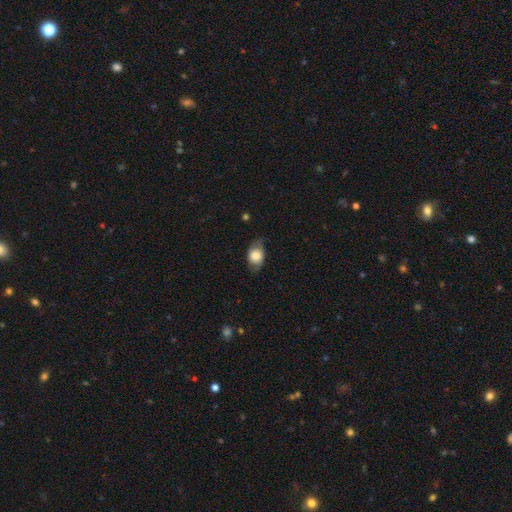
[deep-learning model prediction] A smooth galaxy with no disk features (71%) that is in between round and cigar-shaped (73%).

Vote fractions:
- Smooth or featured? smooth: 71% / featured or disk: 22% / star or artifact: 7%
- How rounded? in between: 73% / round: 25% / cigar-shaped: 2%
- Merging? none: 68% / minor disturbance: 22% / major disturbance: 8% / merger: 1%